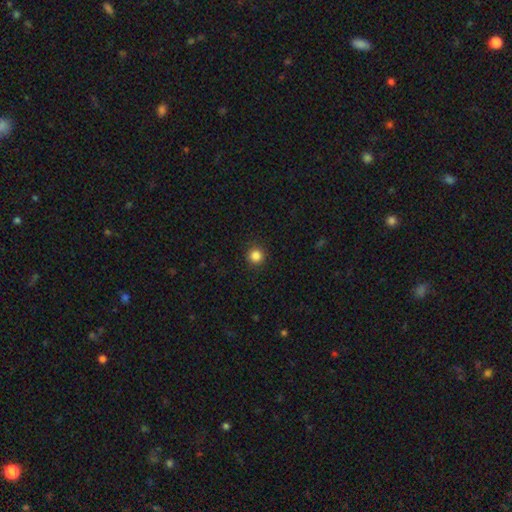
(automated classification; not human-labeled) Smooth or featured? Predicted: smooth (p=0.85). How rounded? Predicted: round (p=0.95). Merging? Predicted: none (p=0.92).